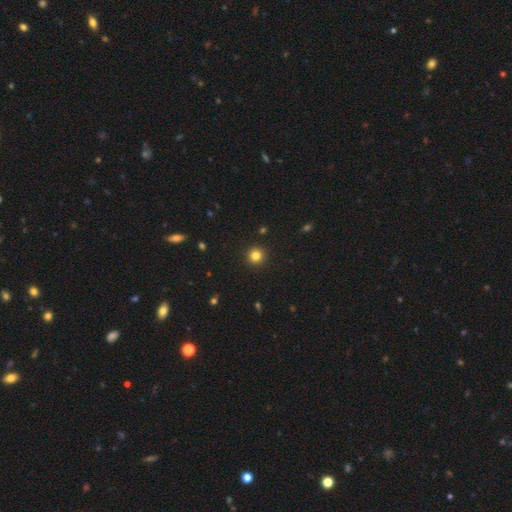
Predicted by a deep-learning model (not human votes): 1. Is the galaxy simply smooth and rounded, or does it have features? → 82% smooth, 13% star or artifact, 5% featured or disk.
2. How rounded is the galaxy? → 95% round, 4% in between, 1% cigar-shaped.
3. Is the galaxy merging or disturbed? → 93% none, 4% minor disturbance, 2% major disturbance, 1% merger.